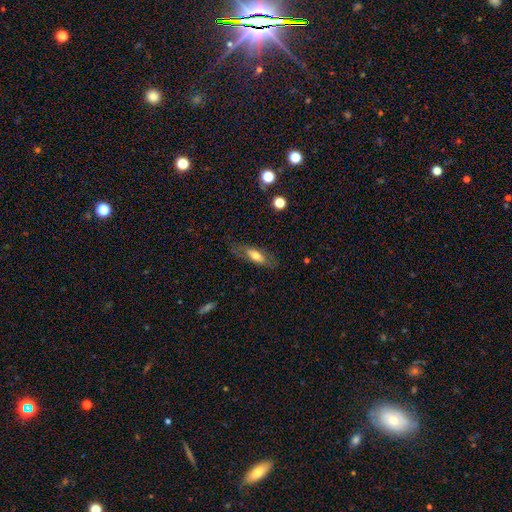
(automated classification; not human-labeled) This is possibly a smooth galaxy (54%). How rounded: likely in between (67%). Merging: likely none (70%).